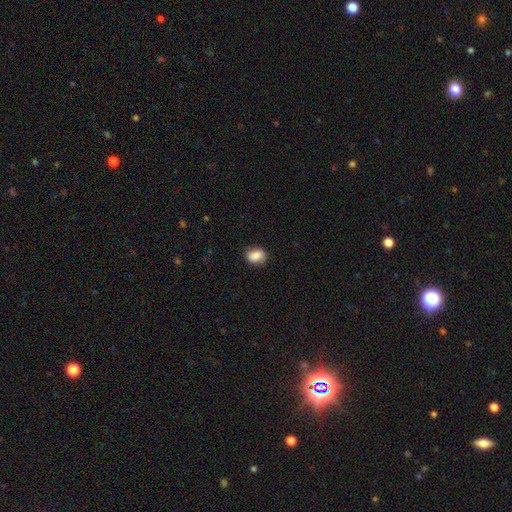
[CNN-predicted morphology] smooth-or-featured: smooth: 81% | featured or disk: 11% | star or artifact: 8%
  how-rounded: in between: 65% | round: 34% | cigar-shaped: 2%
  merging: none: 78% | minor disturbance: 16% | major disturbance: 4% | merger: 1%